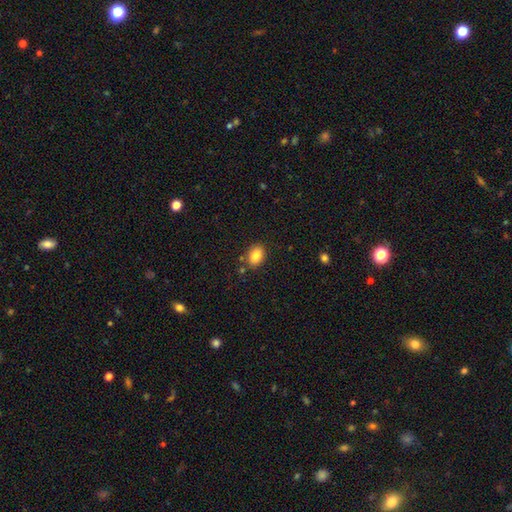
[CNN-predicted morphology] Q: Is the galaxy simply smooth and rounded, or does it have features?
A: smooth — 85%.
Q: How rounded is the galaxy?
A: in between — 82%.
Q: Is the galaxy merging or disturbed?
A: none — 82%.